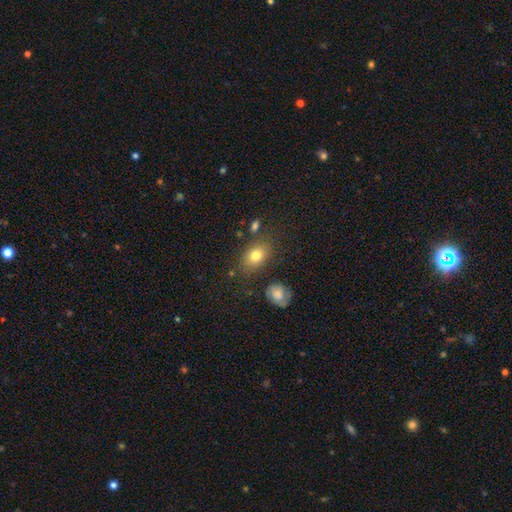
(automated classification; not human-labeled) Smooth or featured: smooth — 80% (featured or disk — 10%)
How rounded: in between — 75% (round — 24%)
Merging: none — 75% (minor disturbance — 15%)